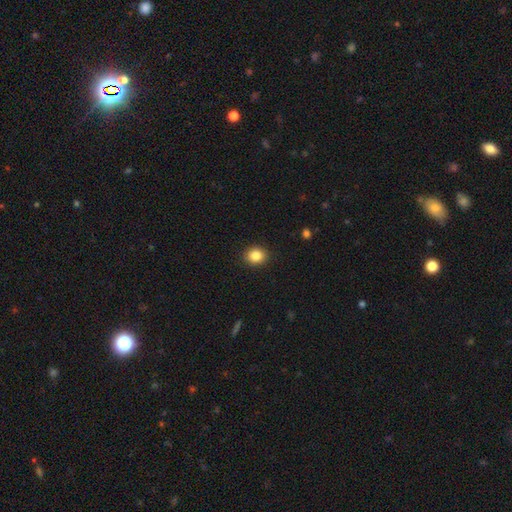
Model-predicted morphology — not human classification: Q: Smooth or featured?
A: smooth (86%); runner-up: star or artifact (9%)
Q: How rounded?
A: round (64%); runner-up: in between (35%)
Q: Merging?
A: none (91%); runner-up: minor disturbance (7%)